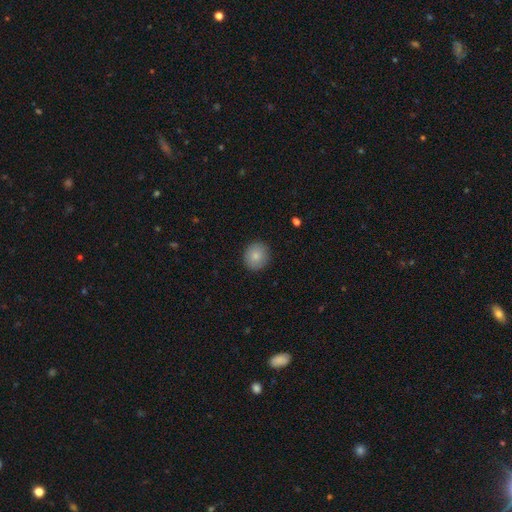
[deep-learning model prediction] This is clearly a smooth galaxy (83%). How rounded: clearly round (85%). Merging: clearly none (90%).